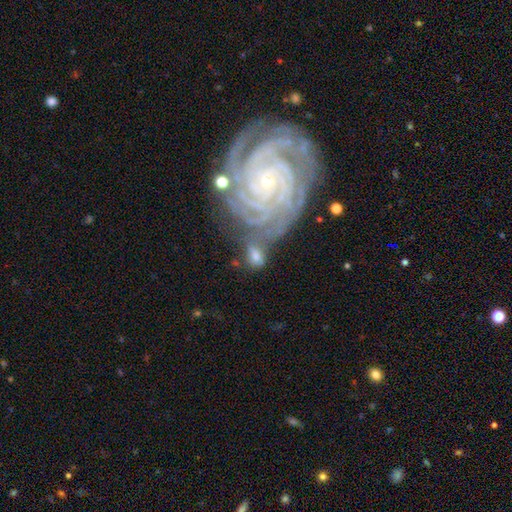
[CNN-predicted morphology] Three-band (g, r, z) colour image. It shows a featured or disk galaxy (52%). Merging: none (38%).